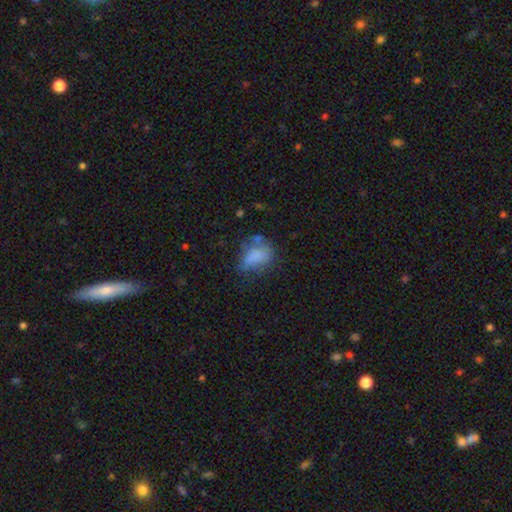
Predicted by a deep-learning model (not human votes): Smooth or featured?
  - smooth: 72% *
  - featured or disk: 17%
  - star or artifact: 11%
How rounded?
  - in between: 79% *
  - round: 18%
  - cigar-shaped: 3%
Merging?
  - none: 39% *
  - minor disturbance: 30%
  - major disturbance: 23%
  - merger: 8%